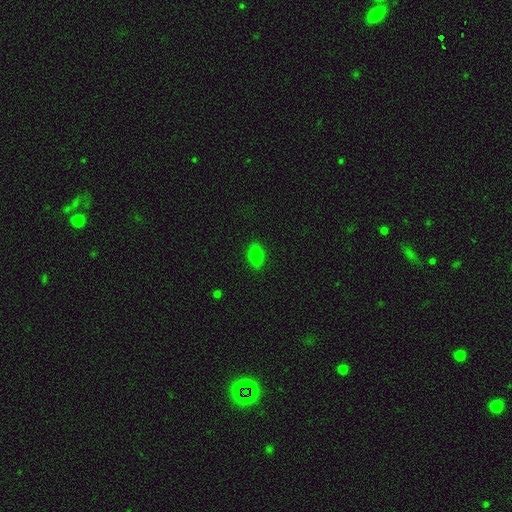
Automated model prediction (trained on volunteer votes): This appears to be a smooth galaxy with no disk features (82%) that is in between round and cigar-shaped (83%). Merging: none (87%).